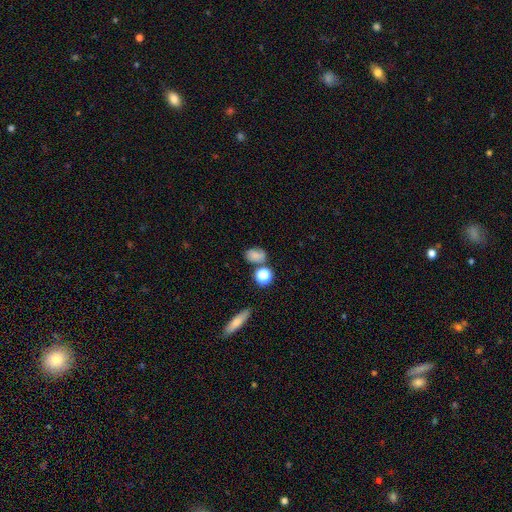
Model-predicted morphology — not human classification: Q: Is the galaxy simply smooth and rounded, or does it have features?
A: smooth — 72%.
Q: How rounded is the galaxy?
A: in between — 68%.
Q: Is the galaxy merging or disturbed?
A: none — 62%.